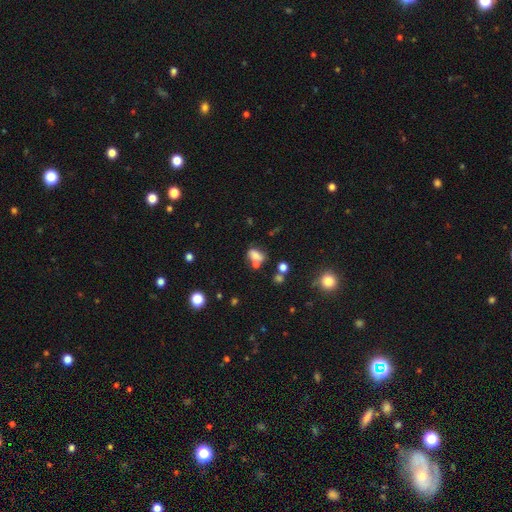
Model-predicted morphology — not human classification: Smooth or featured? smooth (70%)
How rounded? in between (77%)
Merging? none (42%)